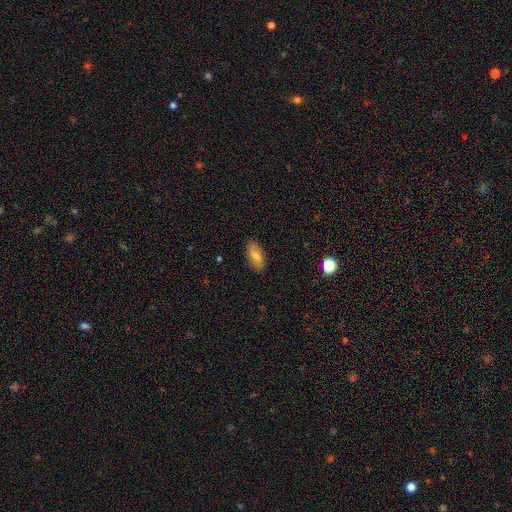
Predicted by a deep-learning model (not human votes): The model was most divided on "smooth or featured": smooth: 70%, featured or disk: 22%, star or artifact: 8%. More confident: merging — none (87%); how rounded — in between (87%).